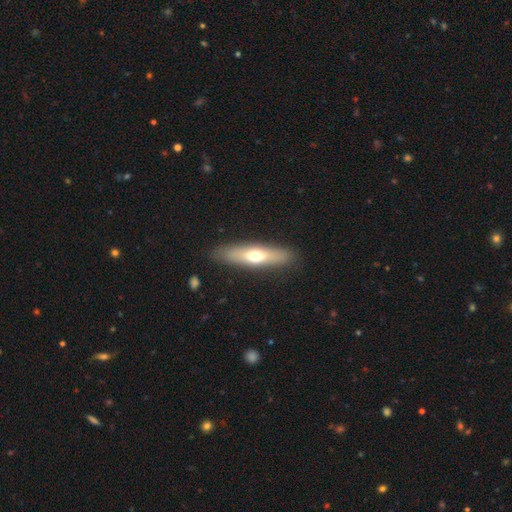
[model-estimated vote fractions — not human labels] Morphology: type=smooth (56%); roundness=cigar-shaped (69%); merging=none (88%).